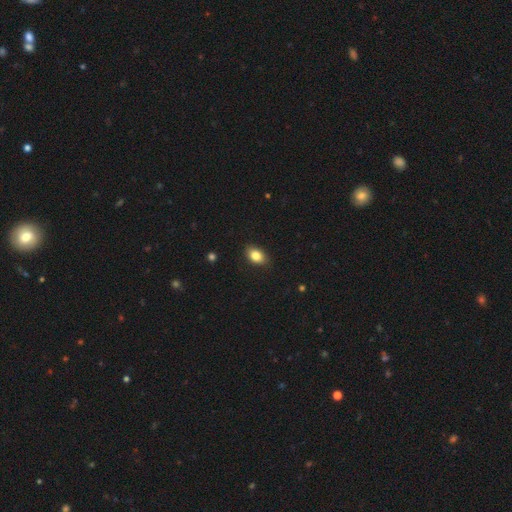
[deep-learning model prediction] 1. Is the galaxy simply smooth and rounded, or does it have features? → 84% smooth, 8% star or artifact, 7% featured or disk.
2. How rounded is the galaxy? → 87% in between, 11% round, 2% cigar-shaped.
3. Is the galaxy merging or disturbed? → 87% none, 10% minor disturbance, 2% major disturbance, 1% merger.